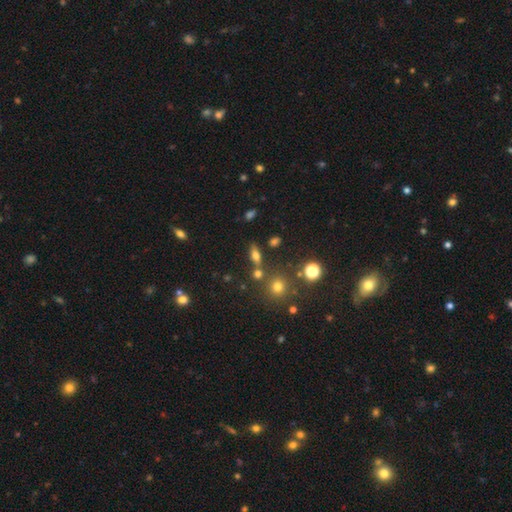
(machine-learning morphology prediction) smooth 57%, featured or disk 24%, star or artifact 18%. Down the decision tree: how rounded — in between (59%); merging — none (69%).